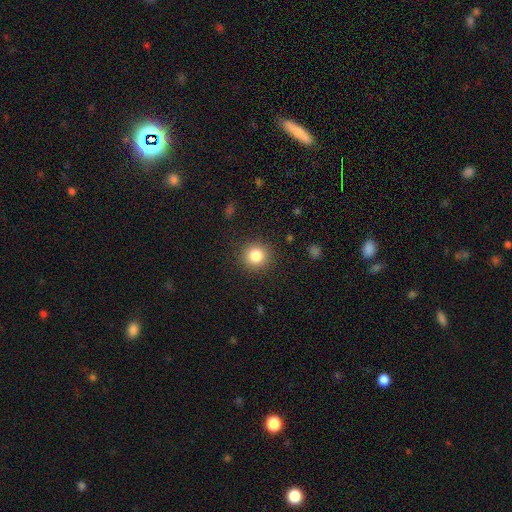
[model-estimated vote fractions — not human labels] This appears to be a smooth galaxy with no disk features (83%) that is round (93%). Merging: none (90%).